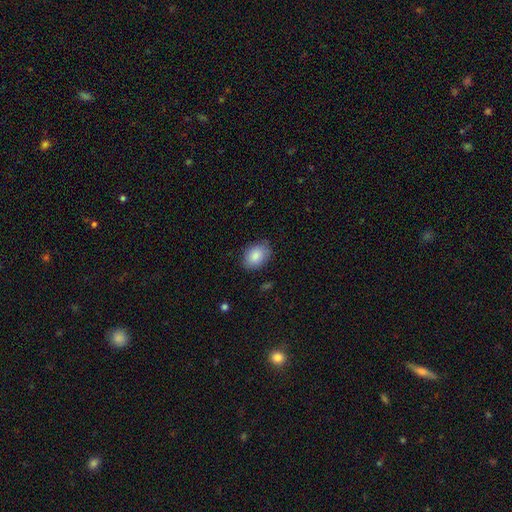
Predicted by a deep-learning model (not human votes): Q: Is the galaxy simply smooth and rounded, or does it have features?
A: smooth — 86%.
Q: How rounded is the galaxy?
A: in between — 79%.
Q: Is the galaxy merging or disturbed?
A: none — 81%.